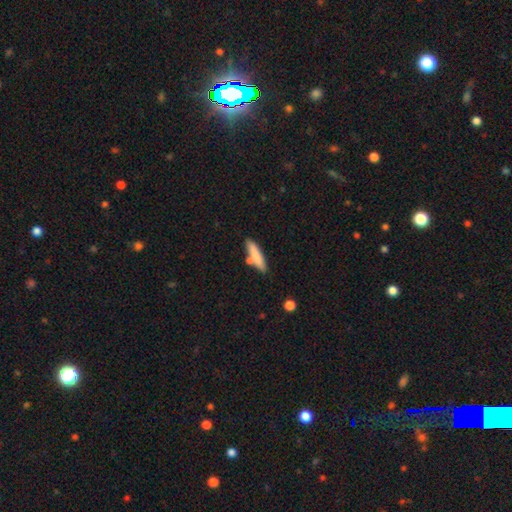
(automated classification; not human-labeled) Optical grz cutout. It shows a smooth galaxy with no disk features (80%) that is cigar-shaped (81%). Merging: none (73%).